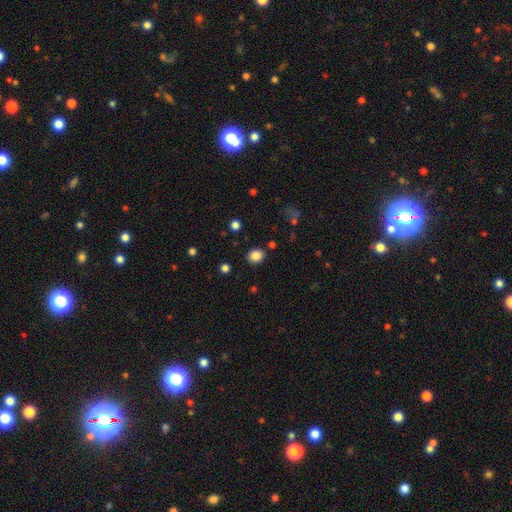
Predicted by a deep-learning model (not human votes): Morphology: type=smooth (85%); roundness=round (59%); merging=none (86%).